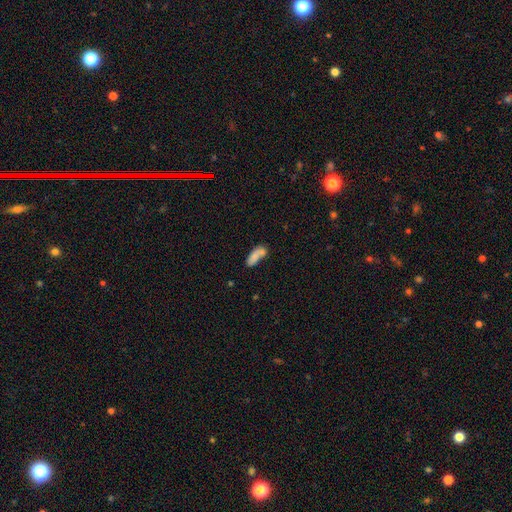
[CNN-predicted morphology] Q: Smooth or featured?
A: smooth (76%); runner-up: featured or disk (15%)
Q: How rounded?
A: in between (72%); runner-up: cigar-shaped (25%)
Q: Merging?
A: none (41%); runner-up: merger (34%)